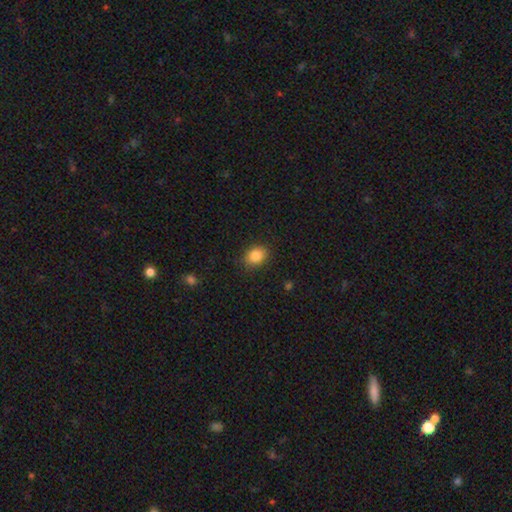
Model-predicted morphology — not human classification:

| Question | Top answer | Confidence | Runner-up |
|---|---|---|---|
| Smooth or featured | smooth | 85% | star or artifact (9%) |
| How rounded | in between | 58% | round (41%) |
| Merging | none | 87% | minor disturbance (10%) |